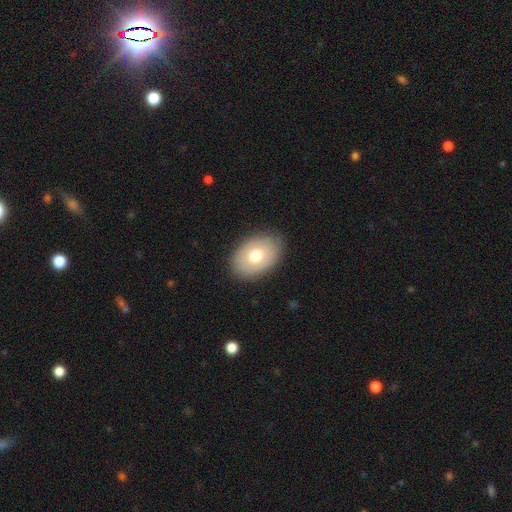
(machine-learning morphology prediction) Overall: smooth (67%). How rounded: in between (81%). Merging: none (86%).